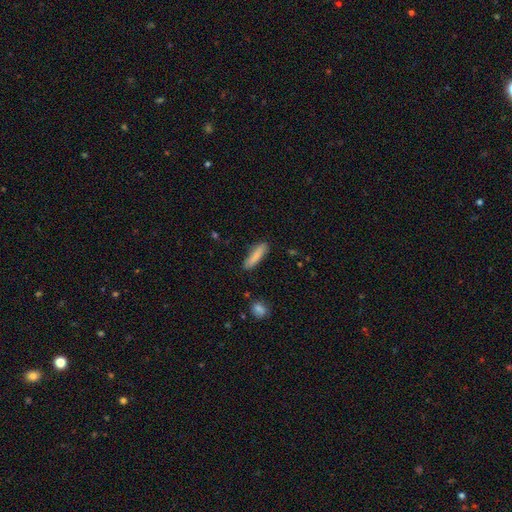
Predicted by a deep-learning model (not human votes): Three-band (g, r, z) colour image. It shows a smooth galaxy with no disk features (85%) that is cigar-shaped (77%). Merging: none (82%).